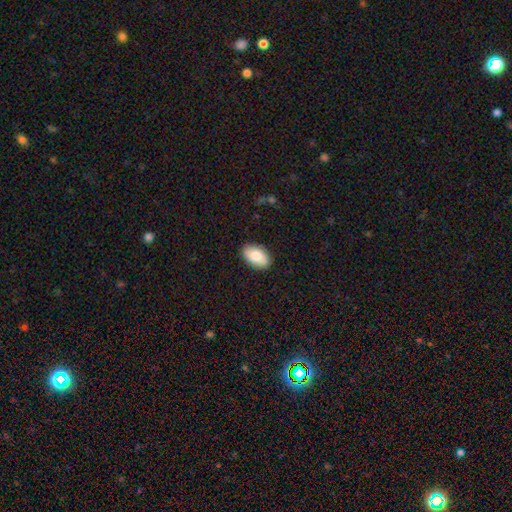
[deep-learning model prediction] Smooth or featured? smooth (82%)
How rounded? in between (94%)
Merging? none (88%)